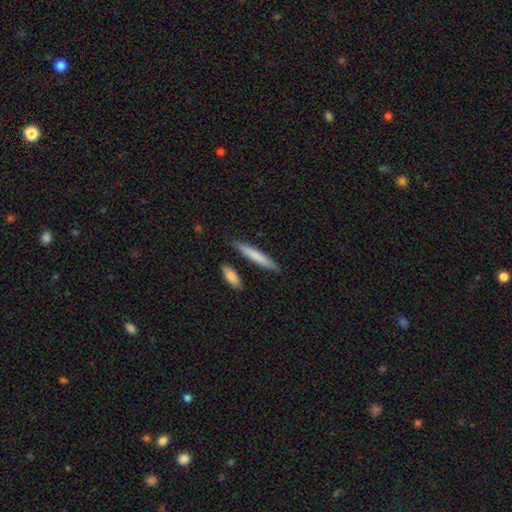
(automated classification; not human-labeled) Smooth or featured? smooth (74%)
How rounded? cigar-shaped (92%)
Merging? none (84%)